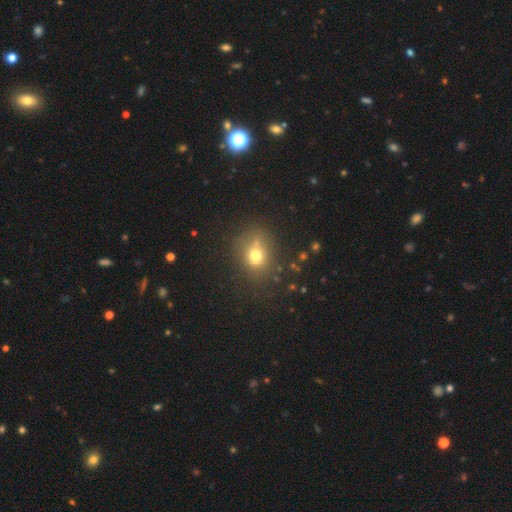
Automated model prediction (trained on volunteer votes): This is likely a smooth galaxy (69%). How rounded: likely round (66%). Merging: likely none (60%).